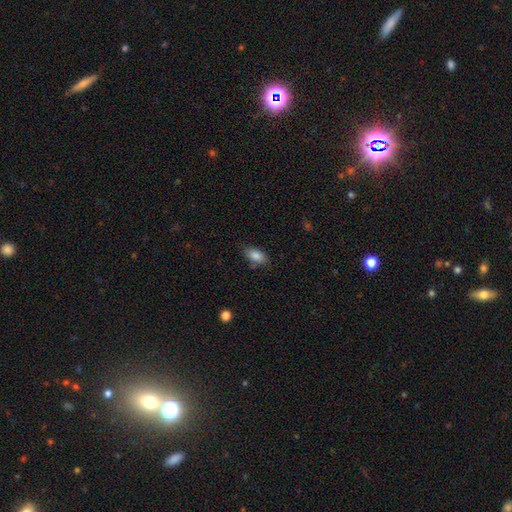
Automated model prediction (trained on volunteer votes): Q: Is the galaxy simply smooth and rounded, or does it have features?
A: smooth — 85%.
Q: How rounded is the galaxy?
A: in between — 89%.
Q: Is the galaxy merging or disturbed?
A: none — 76%.